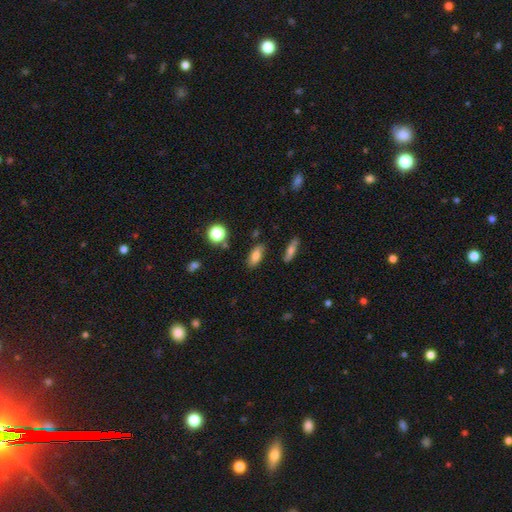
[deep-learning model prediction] This appears to be a smooth galaxy with no disk features (74%) that is in between round and cigar-shaped (74%). Merging: none (79%).